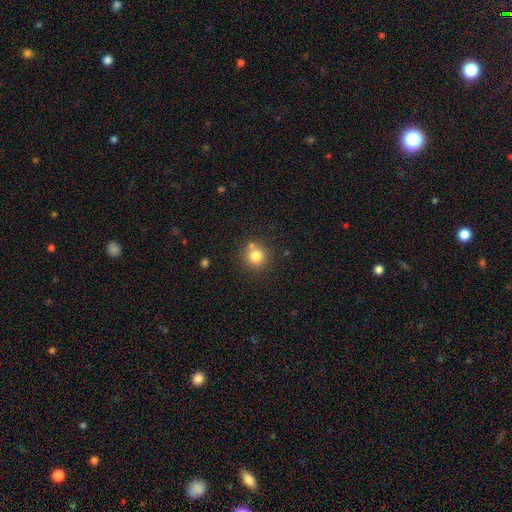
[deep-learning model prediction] Q: Smooth or featured?
A: smooth (80%); runner-up: star or artifact (12%)
Q: How rounded?
A: round (92%); runner-up: in between (7%)
Q: Merging?
A: none (73%); runner-up: merger (14%)